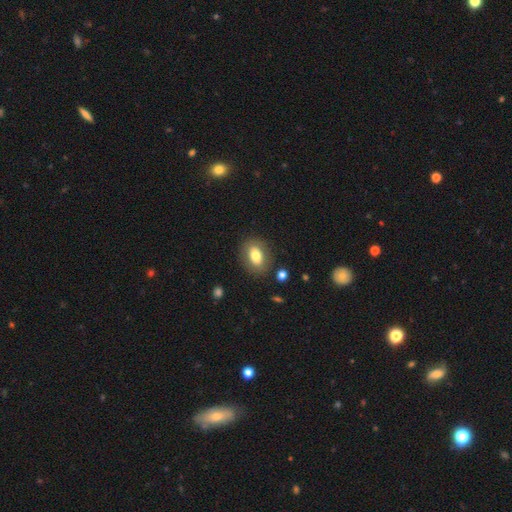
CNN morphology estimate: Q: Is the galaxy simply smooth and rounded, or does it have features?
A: smooth — 76%.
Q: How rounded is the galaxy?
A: in between — 73%.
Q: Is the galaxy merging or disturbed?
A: none — 84%.